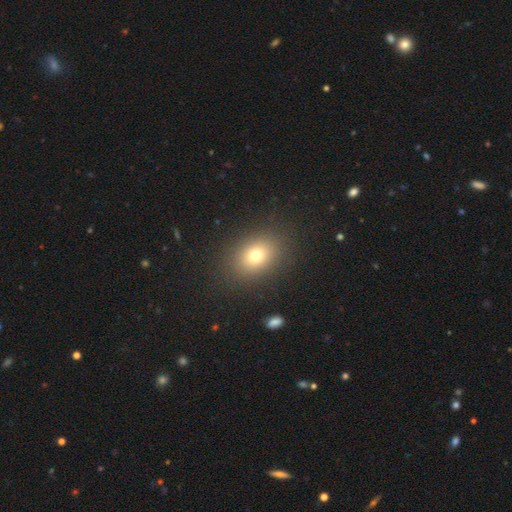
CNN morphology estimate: This appears to be a smooth galaxy with no disk features (74%) that is in between round and cigar-shaped (58%). Merging: none (87%).